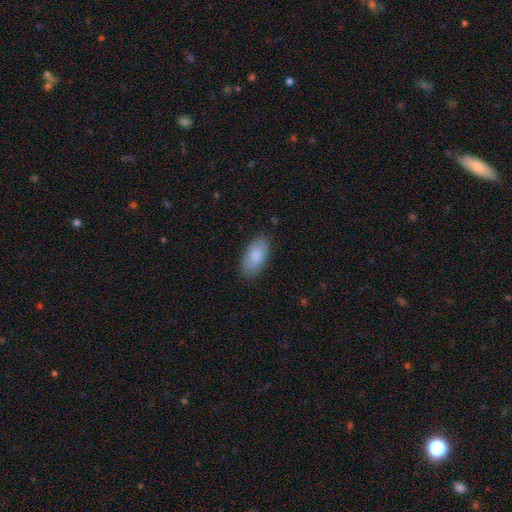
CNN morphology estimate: Smooth or featured? Predicted: smooth (p=0.85). How rounded? Predicted: in between (p=0.93). Merging? Predicted: none (p=0.84).